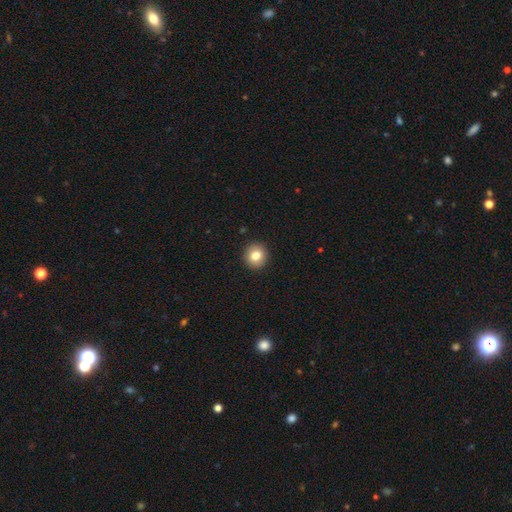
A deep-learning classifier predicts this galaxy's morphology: smooth-or-featured: smooth: 81% | featured or disk: 10% | star or artifact: 9%
  how-rounded: round: 89% | in between: 10% | cigar-shaped: 1%
  merging: none: 92% | minor disturbance: 5% | major disturbance: 2% | merger: 1%